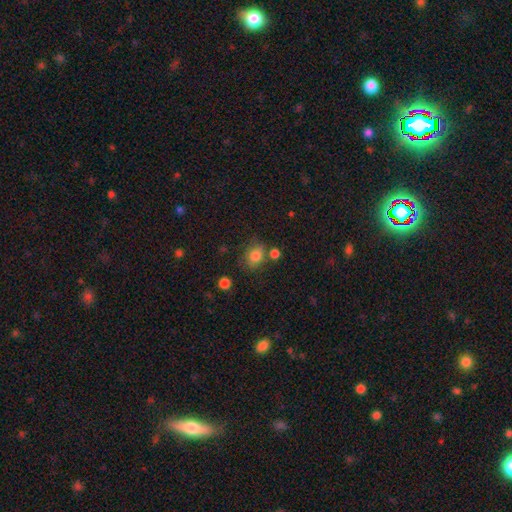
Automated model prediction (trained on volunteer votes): A smooth galaxy with no disk features (80%) that is round (54%). Merging: none (64%).